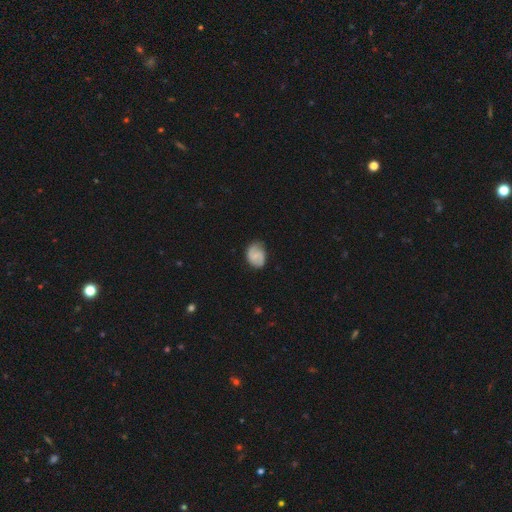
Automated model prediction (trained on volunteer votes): Smooth or featured?
  - featured or disk: 48% *
  - smooth: 44%
  - star or artifact: 8%
Merging?
  - none: 71% *
  - minor disturbance: 22%
  - major disturbance: 6%
  - merger: 1%